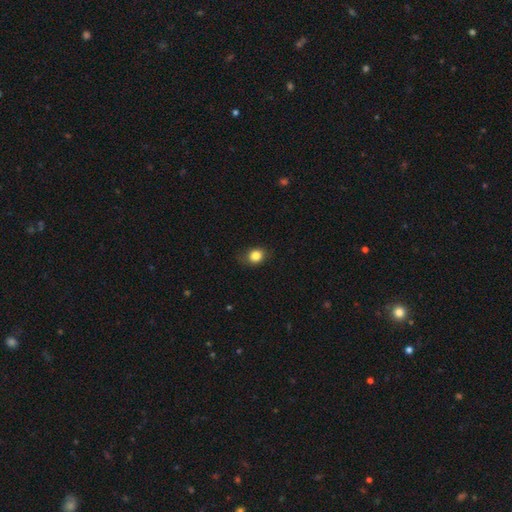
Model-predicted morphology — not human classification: A smooth galaxy with no disk features (83%) that is round (61%).

Vote fractions:
- Smooth or featured? smooth: 83% / star or artifact: 11% / featured or disk: 6%
- How rounded? round: 61% / in between: 38% / cigar-shaped: 1%
- Merging? none: 77% / minor disturbance: 18% / major disturbance: 4% / merger: 1%